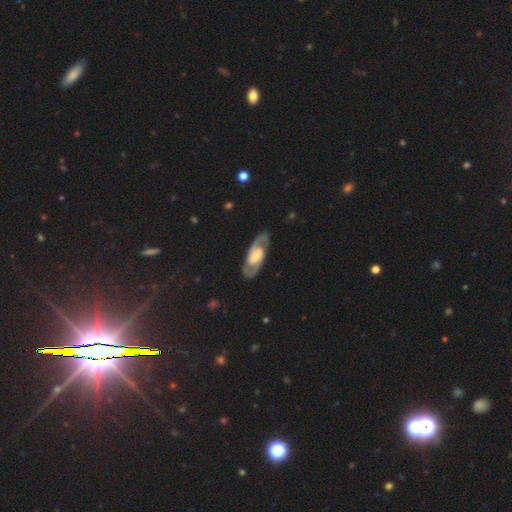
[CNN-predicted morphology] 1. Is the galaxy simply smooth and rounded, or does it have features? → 84% featured or disk, 11% smooth, 5% star or artifact.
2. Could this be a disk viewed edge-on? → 94% no, 6% yes.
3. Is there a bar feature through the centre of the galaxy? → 45% weak, 31% strong, 24% no.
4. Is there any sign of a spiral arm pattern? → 95% yes, 5% no.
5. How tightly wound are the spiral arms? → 52% medium, 35% tight, 13% loose.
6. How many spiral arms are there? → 91% 2, 4% can't tell, 2% 1, 1% 3, 1% 4, 1% more than 4.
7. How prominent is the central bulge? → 37% moderate, 31% small, 17% large, 13% none, 2% dominant.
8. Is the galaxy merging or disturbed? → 84% none, 11% minor disturbance, 4% major disturbance, 1% merger.